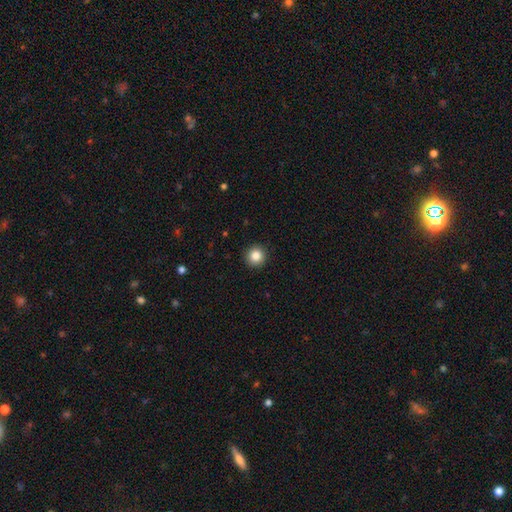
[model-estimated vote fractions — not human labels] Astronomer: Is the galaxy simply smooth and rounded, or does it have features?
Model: smooth — 85%.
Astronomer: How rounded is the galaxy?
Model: round — 95%.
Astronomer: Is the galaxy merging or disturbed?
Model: none — 93%.